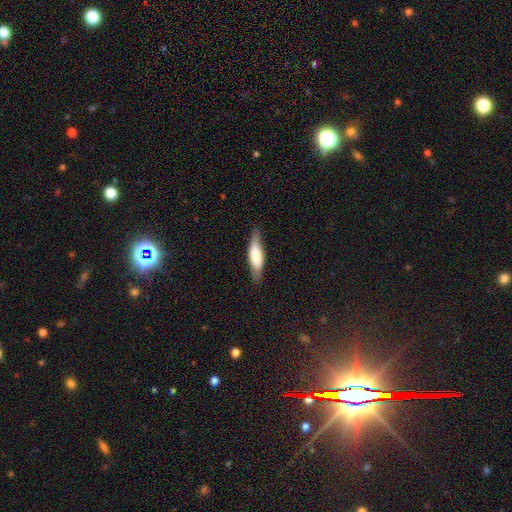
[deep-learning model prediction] Q: Smooth or featured?
A: smooth (65%); runner-up: featured or disk (29%)
Q: How rounded?
A: cigar-shaped (61%); runner-up: in between (37%)
Q: Merging?
A: none (79%); runner-up: minor disturbance (16%)